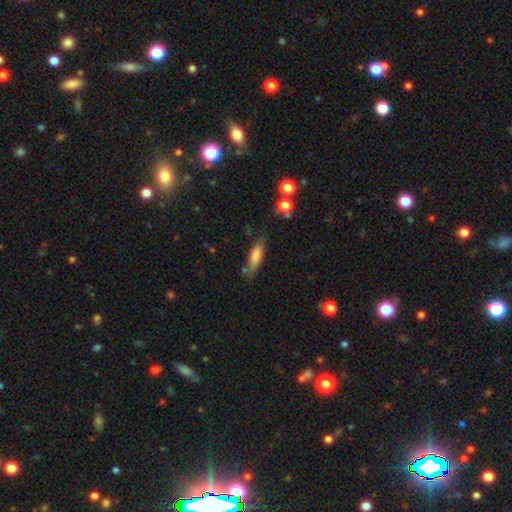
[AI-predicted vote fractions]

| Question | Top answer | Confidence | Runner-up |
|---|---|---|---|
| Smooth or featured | smooth | 76% | featured or disk (17%) |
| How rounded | cigar-shaped | 51% | in between (47%) |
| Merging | none | 66% | minor disturbance (22%) |